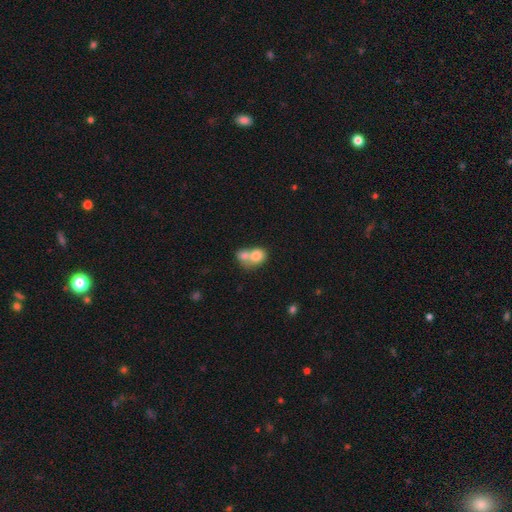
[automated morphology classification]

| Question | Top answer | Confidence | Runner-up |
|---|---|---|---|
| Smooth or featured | smooth | 76% | featured or disk (15%) |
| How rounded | round | 59% | in between (40%) |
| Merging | merger | 71% | none (20%) |